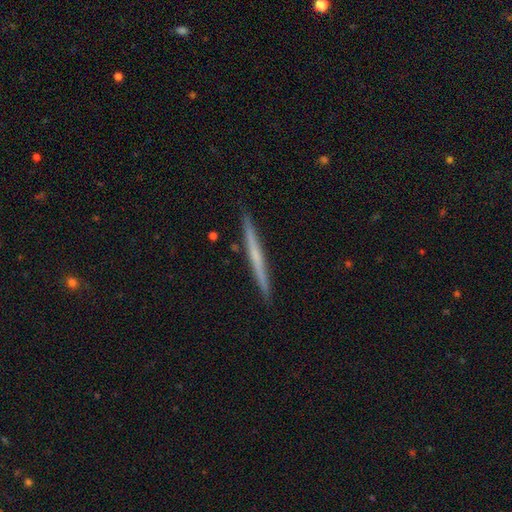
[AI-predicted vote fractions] A featured or disk galaxy (54%) viewed edge-on (98%) with no central bulge (80%). Merging: none (92%).